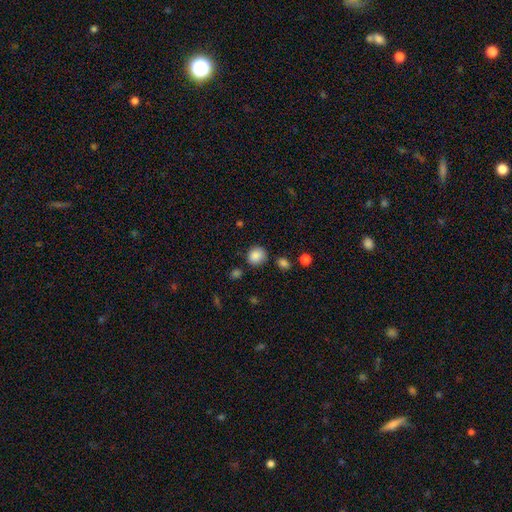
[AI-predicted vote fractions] This is clearly a smooth galaxy (87%). How rounded: clearly round (82%). Merging: likely none (78%).